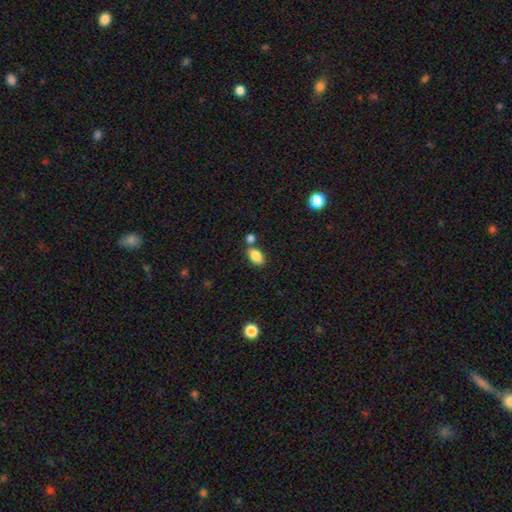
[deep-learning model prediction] Smooth or featured? smooth (85%)
How rounded? in between (90%)
Merging? none (65%)